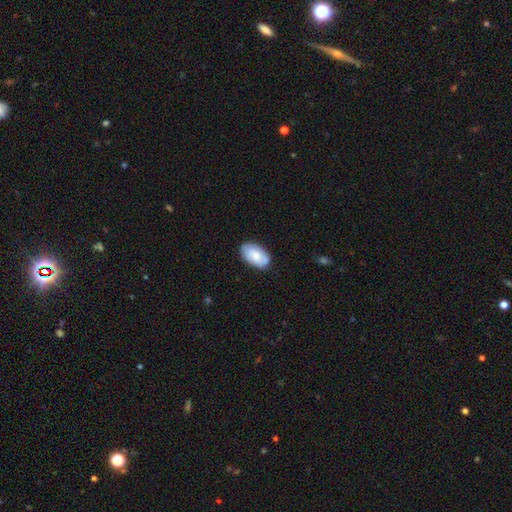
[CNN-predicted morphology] smooth-or-featured: smooth: 74% | featured or disk: 20% | star or artifact: 6%
  how-rounded: in between: 94% | round: 4% | cigar-shaped: 1%
  merging: none: 78% | minor disturbance: 17% | major disturbance: 3% | merger: 2%